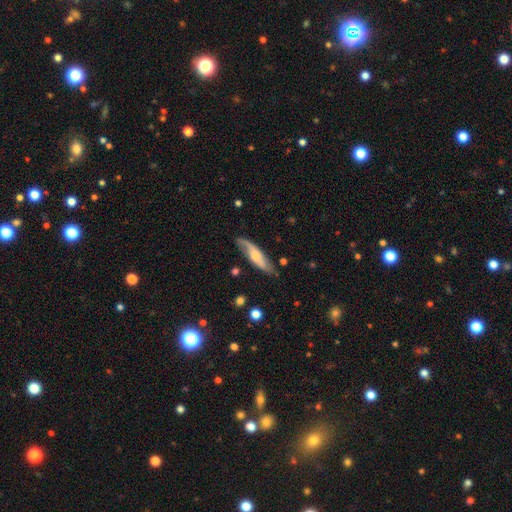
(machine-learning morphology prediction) Q: Smooth or featured?
A: featured or disk (61%); runner-up: smooth (34%)
Q: Edge-on disk?
A: no (62%); runner-up: yes (38%)
Q: Merging?
A: none (73%); runner-up: minor disturbance (19%)